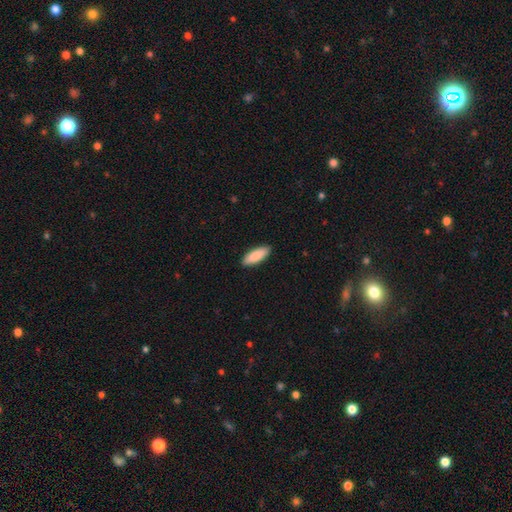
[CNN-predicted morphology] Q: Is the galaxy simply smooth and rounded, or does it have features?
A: smooth — 87%.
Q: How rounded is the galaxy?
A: in between — 67%.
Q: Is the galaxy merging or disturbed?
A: none — 90%.